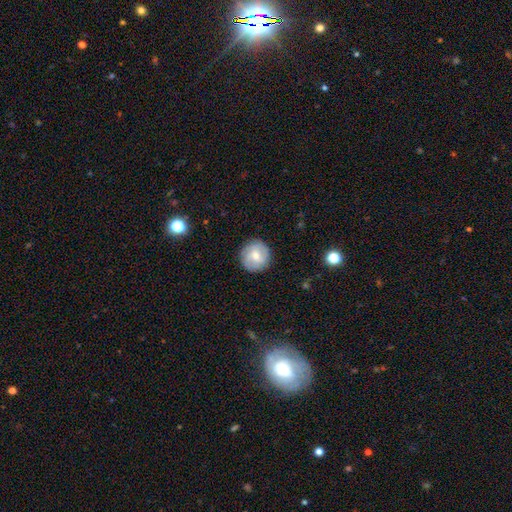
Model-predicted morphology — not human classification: A smooth galaxy with no disk features (54%) that is round (93%).

Vote fractions:
- Smooth or featured? smooth: 54% / featured or disk: 39% / star or artifact: 7%
- How rounded? round: 93% / in between: 6% / cigar-shaped: 1%
- Merging? none: 88% / minor disturbance: 9% / major disturbance: 2% / merger: 1%